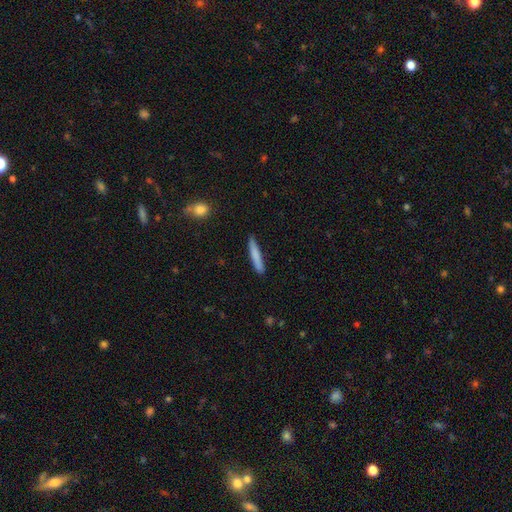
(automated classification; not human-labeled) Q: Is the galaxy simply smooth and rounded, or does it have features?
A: smooth — 79%.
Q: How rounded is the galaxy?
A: cigar-shaped — 94%.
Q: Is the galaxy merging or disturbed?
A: none — 87%.